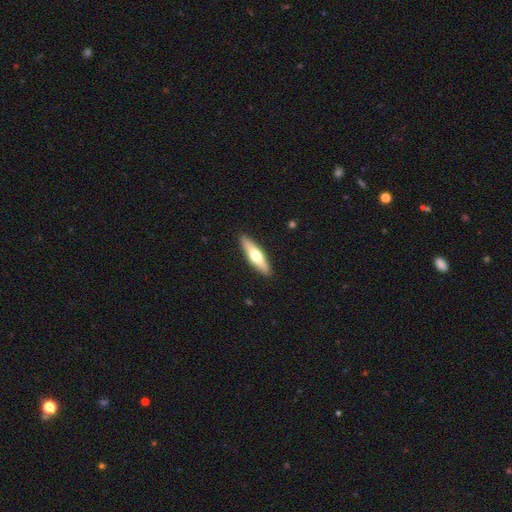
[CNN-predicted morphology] Smooth or featured?
  - smooth: 55% *
  - featured or disk: 40%
  - star or artifact: 5%
How rounded?
  - cigar-shaped: 70% *
  - in between: 28%
  - round: 2%
Merging?
  - none: 91% *
  - minor disturbance: 7%
  - major disturbance: 1%
  - merger: 1%